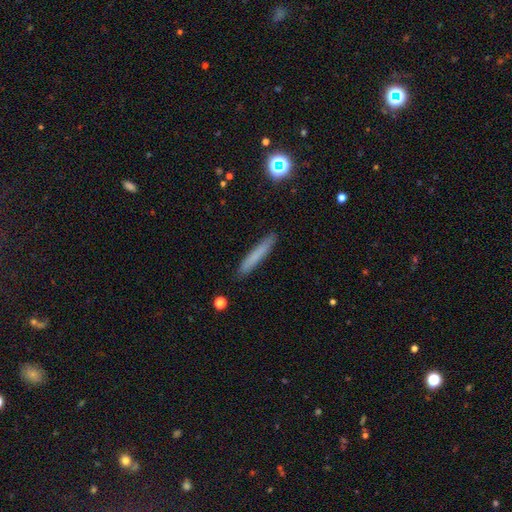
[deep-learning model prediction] This is likely a smooth galaxy (74%). How rounded: clearly cigar-shaped (95%). Merging: clearly none (89%).